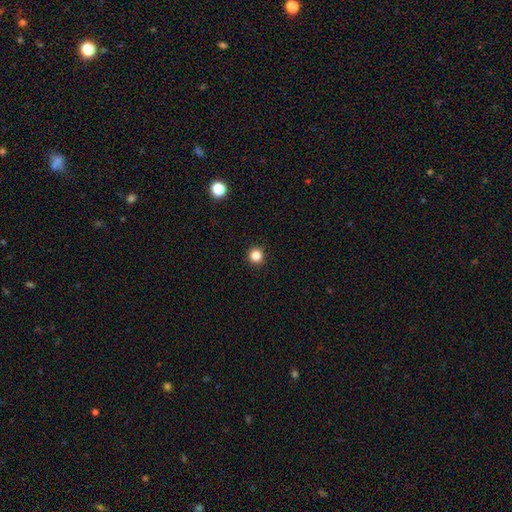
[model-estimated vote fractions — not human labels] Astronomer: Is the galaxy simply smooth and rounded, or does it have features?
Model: smooth — 84%.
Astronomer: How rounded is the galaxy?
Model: round — 95%.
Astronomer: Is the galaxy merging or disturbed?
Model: none — 93%.